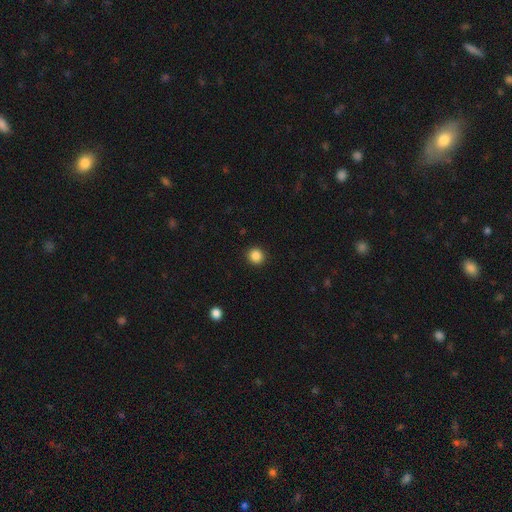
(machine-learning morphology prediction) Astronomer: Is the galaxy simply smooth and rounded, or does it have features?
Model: smooth — 87%.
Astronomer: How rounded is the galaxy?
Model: round — 93%.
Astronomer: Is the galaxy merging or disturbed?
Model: none — 92%.